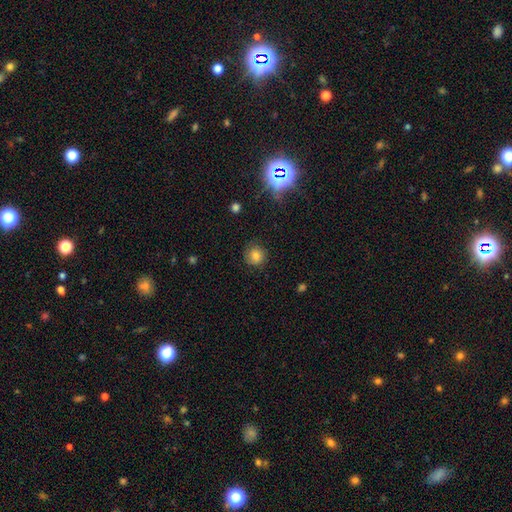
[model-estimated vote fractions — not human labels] smooth 77%, star or artifact 13%, featured or disk 10%. Down the decision tree: how rounded — round (90%); merging — none (83%).